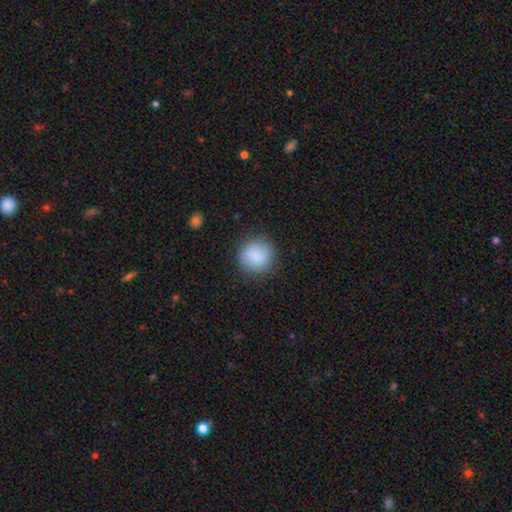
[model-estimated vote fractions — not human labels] Smooth or featured? Predicted: smooth (p=0.86). How rounded? Predicted: round (p=0.90). Merging? Predicted: none (p=0.83).